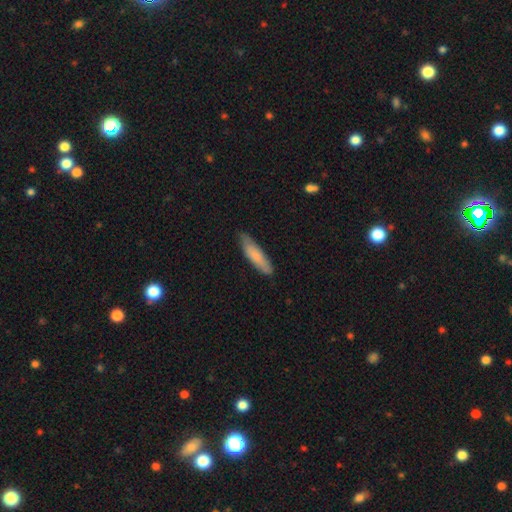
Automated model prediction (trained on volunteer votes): This is likely a smooth galaxy (79%). How rounded: likely cigar-shaped (73%). Merging: clearly none (80%).